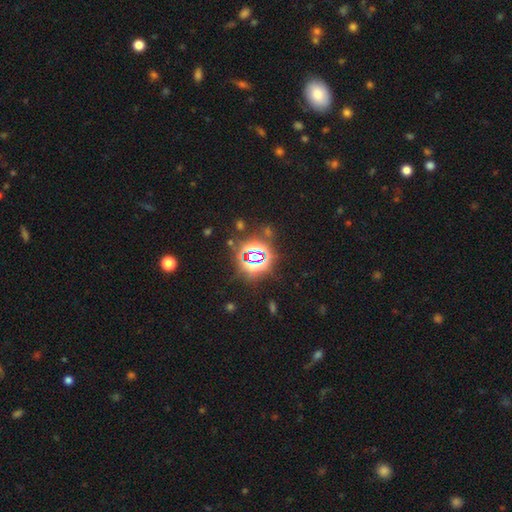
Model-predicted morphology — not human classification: Smooth or featured? star or artifact (79%)